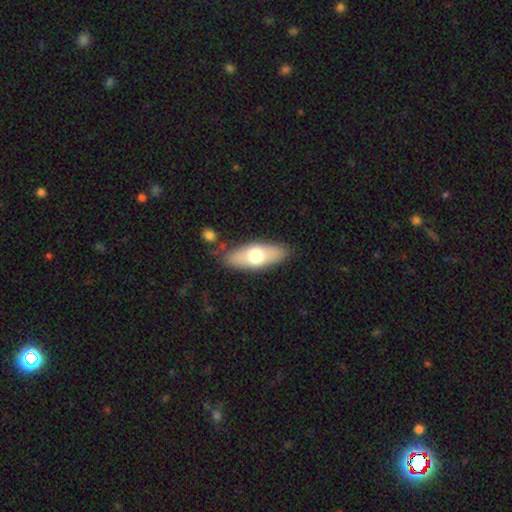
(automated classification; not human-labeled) Smooth or featured?
  - smooth: 62% *
  - featured or disk: 32%
  - star or artifact: 6%
How rounded?
  - in between: 73% *
  - cigar-shaped: 24%
  - round: 3%
Merging?
  - none: 80% *
  - minor disturbance: 13%
  - major disturbance: 4%
  - merger: 3%